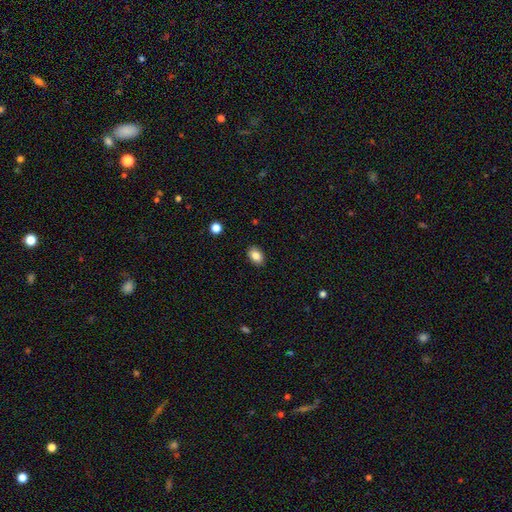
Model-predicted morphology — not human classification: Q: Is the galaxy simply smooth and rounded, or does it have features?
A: smooth — 85%.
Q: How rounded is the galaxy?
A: in between — 81%.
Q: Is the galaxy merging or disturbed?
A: none — 89%.